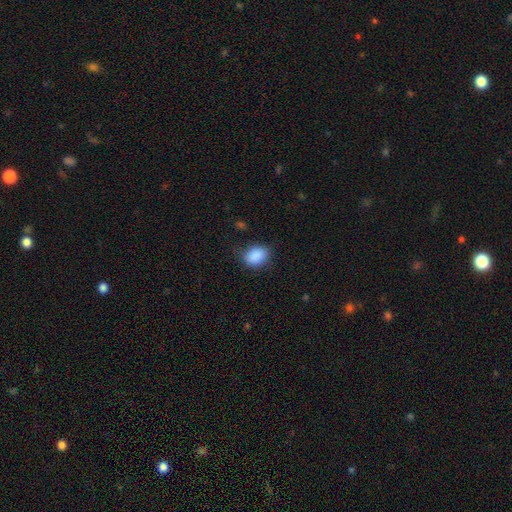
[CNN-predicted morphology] This is clearly a smooth galaxy (88%). How rounded: likely in between (63%). Merging: likely none (73%).